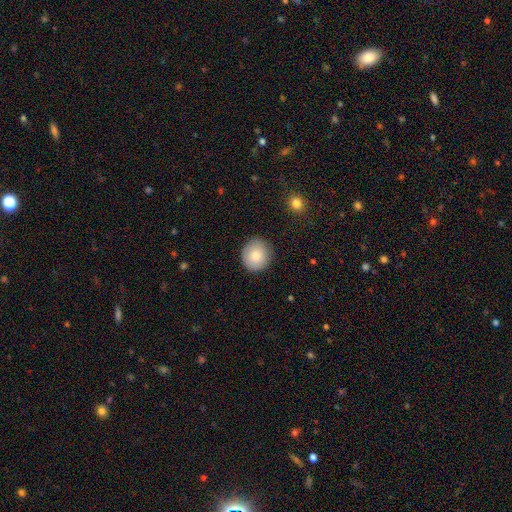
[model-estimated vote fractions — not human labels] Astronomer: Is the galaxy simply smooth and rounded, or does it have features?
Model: smooth — 82%.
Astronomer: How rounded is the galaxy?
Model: round — 86%.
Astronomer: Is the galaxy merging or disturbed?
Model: none — 87%.